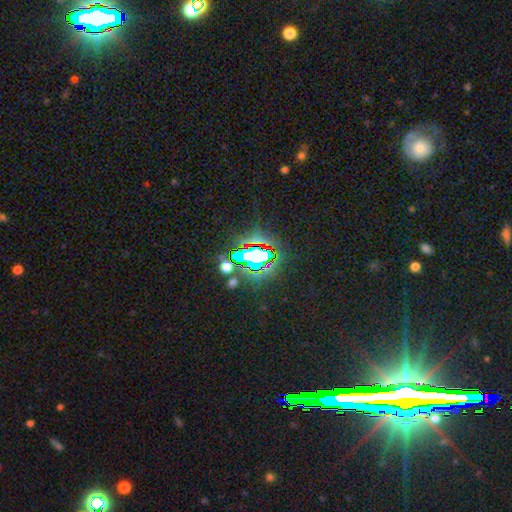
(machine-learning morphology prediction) Q: Smooth or featured?
A: star or artifact (70%); runner-up: smooth (18%)